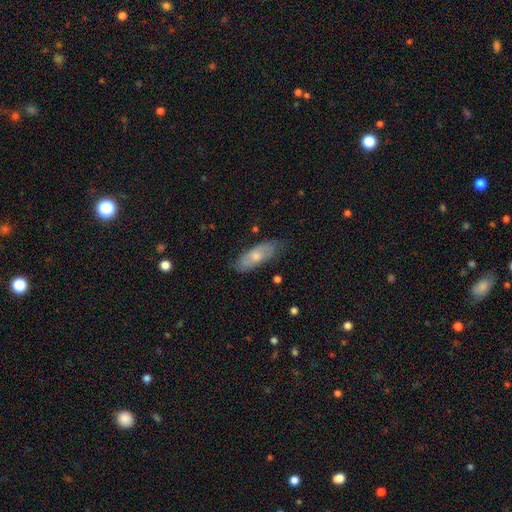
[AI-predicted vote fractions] Smooth or featured? smooth (55%)
How rounded? in between (72%)
Merging? none (74%)